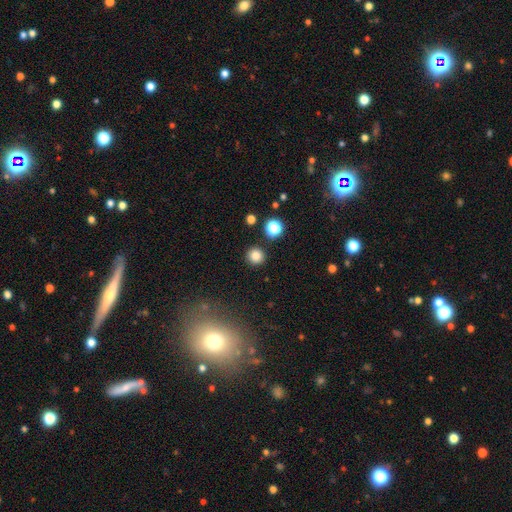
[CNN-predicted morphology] This is clearly a smooth galaxy (83%). How rounded: clearly round (94%). Merging: clearly none (89%).